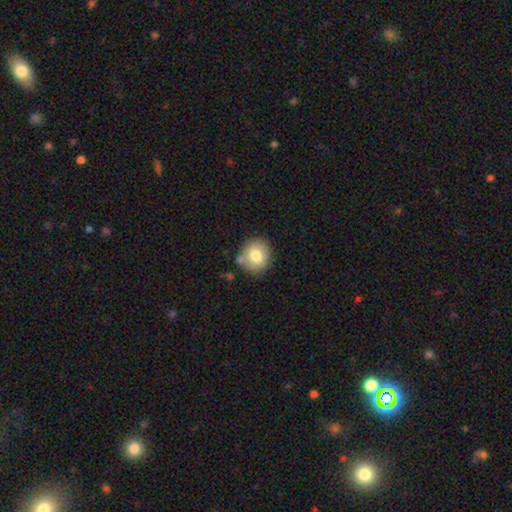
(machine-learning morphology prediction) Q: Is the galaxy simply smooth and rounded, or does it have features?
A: smooth — 79%.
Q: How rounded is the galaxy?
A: round — 81%.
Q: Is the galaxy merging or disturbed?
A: none — 75%.